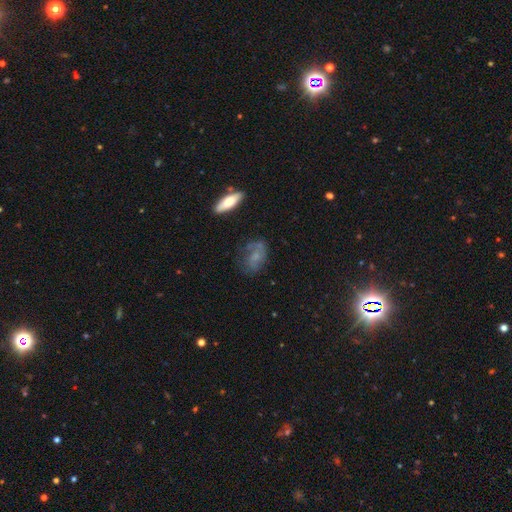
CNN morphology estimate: Smooth or featured? Predicted: featured or disk (p=0.45). Merging? Predicted: none (p=0.53).